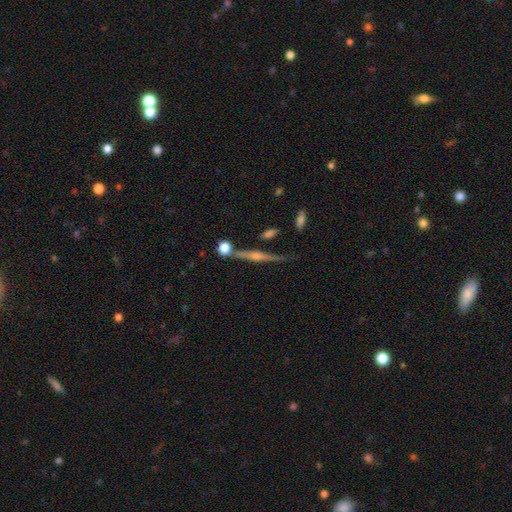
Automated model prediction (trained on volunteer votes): smooth-or-featured: featured or disk: 77% | smooth: 14% | star or artifact: 9%
  disk-edge-on: yes: 97% | no: 3%
    edge-on-bulge: rounded: 80% | none: 10% | boxy: 10%
  merging: none: 80% | minor disturbance: 11% | merger: 7% | major disturbance: 3%